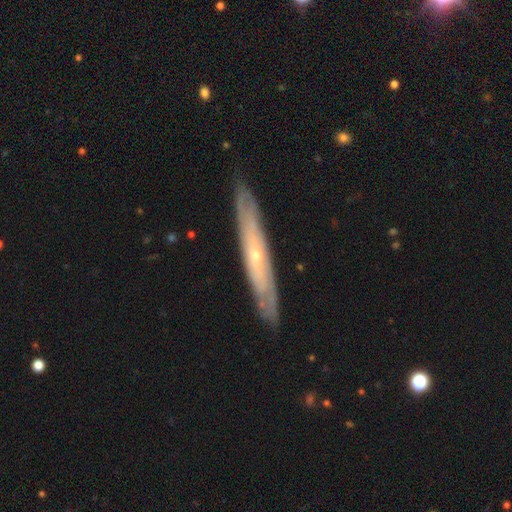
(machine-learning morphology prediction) Smooth or featured: featured or disk — 72% (smooth — 22%)
Edge-on disk: yes — 63% (no — 37%)
Merging: none — 86% (minor disturbance — 11%)